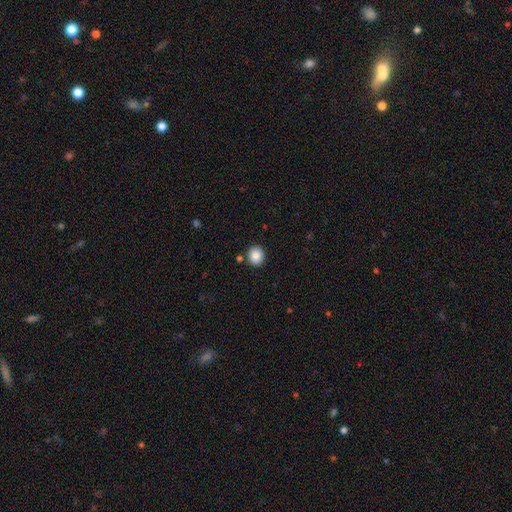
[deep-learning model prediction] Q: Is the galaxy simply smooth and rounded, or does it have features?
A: smooth — 87%.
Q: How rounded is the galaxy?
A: round — 80%.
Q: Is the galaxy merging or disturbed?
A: none — 88%.